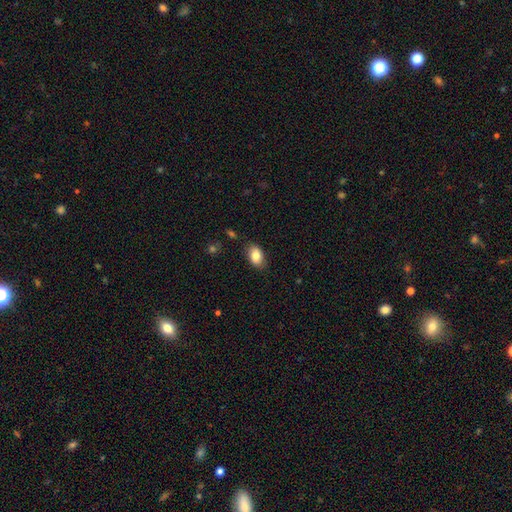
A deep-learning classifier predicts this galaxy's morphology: smooth 84%, featured or disk 8%, star or artifact 7%. Down the decision tree: how rounded — in between (89%); merging — none (84%).